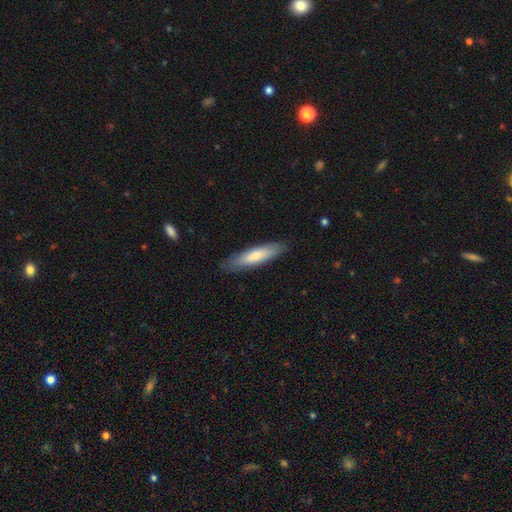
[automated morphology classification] smooth-or-featured: smooth: 74% | featured or disk: 21% | star or artifact: 5%
  how-rounded: cigar-shaped: 70% | in between: 29% | round: 1%
  merging: none: 84% | minor disturbance: 12% | major disturbance: 3% | merger: 1%